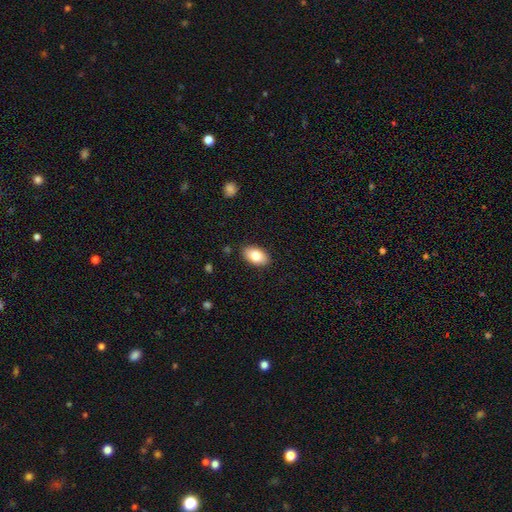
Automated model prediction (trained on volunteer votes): Q: Smooth or featured?
A: smooth (82%); runner-up: featured or disk (12%)
Q: How rounded?
A: in between (93%); runner-up: round (6%)
Q: Merging?
A: none (87%); runner-up: minor disturbance (9%)